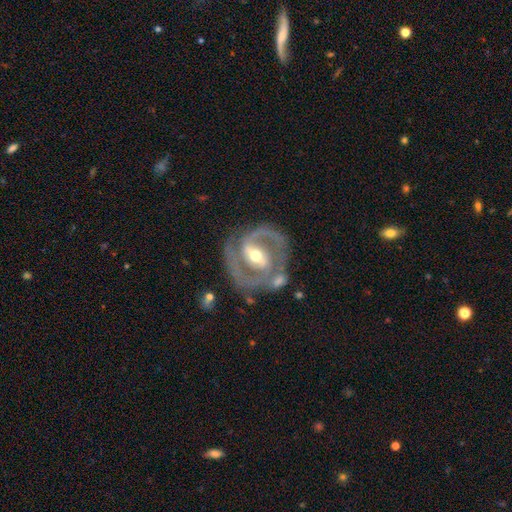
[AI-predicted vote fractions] smooth_or_featured: featured or disk (p=0.89) [alt: smooth p=0.06]
disk_edge_on: no (p=0.97) [alt: yes p=0.03]
bar: strong (p=0.45) [alt: weak p=0.36]
has_spiral_arms: yes (p=0.95) [alt: no p=0.05]
spiral_winding: tight (p=0.48) [alt: medium p=0.44]
spiral_arm_count: 2 (p=0.85) [alt: can't tell p=0.05]
bulge_size: moderate (p=0.61) [alt: small p=0.33]
merging: none (p=0.71) [alt: minor disturbance p=0.16]